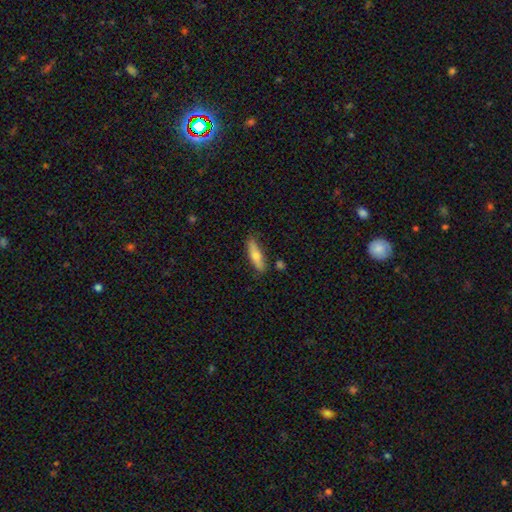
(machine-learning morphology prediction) smooth_or_featured: smooth (p=0.65) [alt: featured or disk p=0.29]
how_rounded: cigar-shaped (p=0.70) [alt: in between p=0.28]
merging: none (p=0.82) [alt: minor disturbance p=0.13]